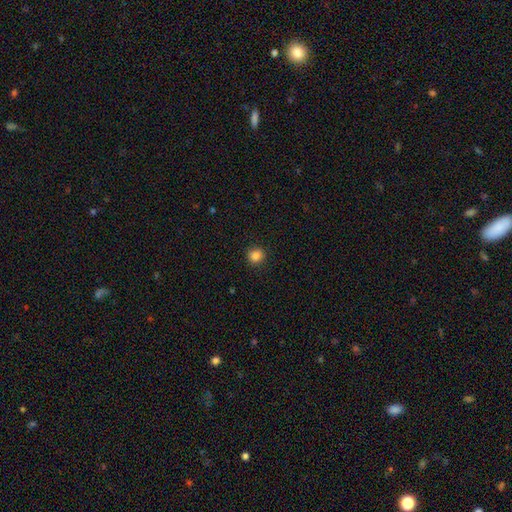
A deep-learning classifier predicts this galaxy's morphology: A smooth galaxy with no disk features (84%) that is round (90%).

Vote fractions:
- Smooth or featured? smooth: 84% / star or artifact: 11% / featured or disk: 4%
- How rounded? round: 90% / in between: 9% / cigar-shaped: 1%
- Merging? none: 91% / minor disturbance: 6% / major disturbance: 2% / merger: 1%